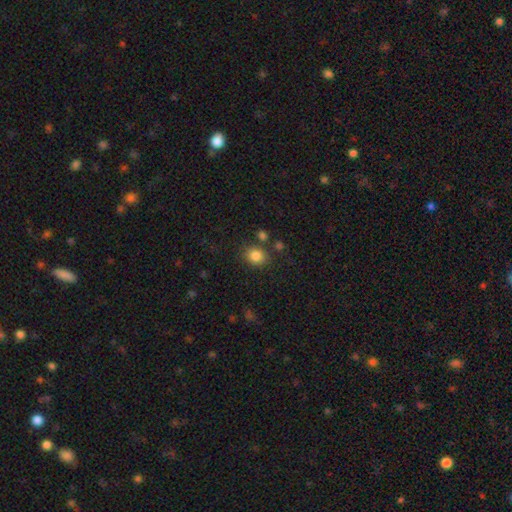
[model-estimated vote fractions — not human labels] This is clearly a smooth galaxy (85%). How rounded: likely round (66%). Merging: likely none (77%).